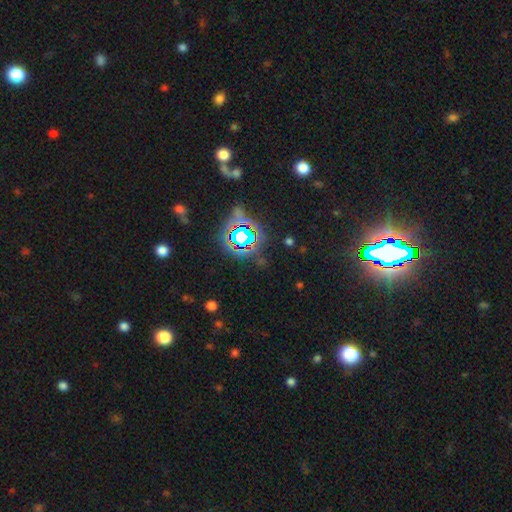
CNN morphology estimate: Q: Smooth or featured?
A: star or artifact (81%); runner-up: smooth (10%)